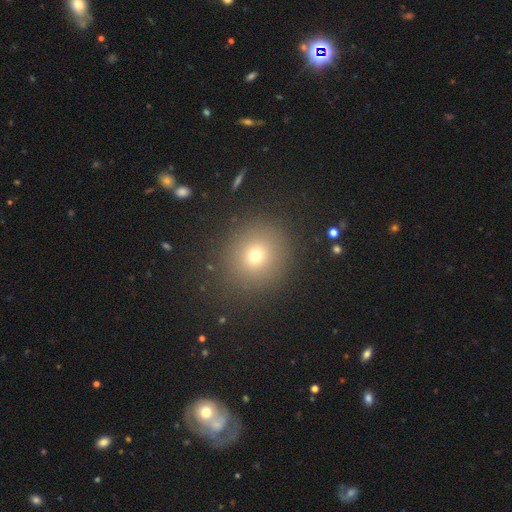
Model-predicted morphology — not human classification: A smooth galaxy with no disk features (70%) that is round (88%). Merging: none (88%).